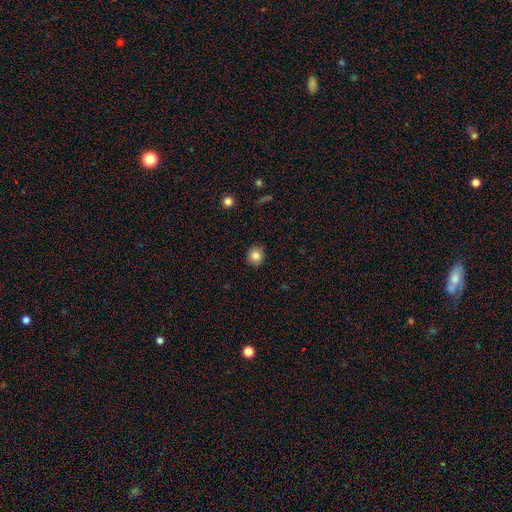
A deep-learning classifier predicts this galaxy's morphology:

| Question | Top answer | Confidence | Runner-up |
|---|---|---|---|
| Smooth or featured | smooth | 84% | star or artifact (10%) |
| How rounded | round | 89% | in between (10%) |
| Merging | none | 90% | minor disturbance (7%) |